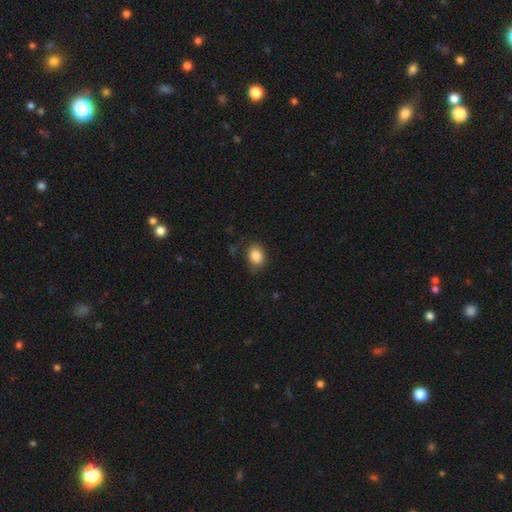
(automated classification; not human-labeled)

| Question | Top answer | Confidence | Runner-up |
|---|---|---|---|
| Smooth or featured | smooth | 86% | star or artifact (9%) |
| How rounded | in between | 66% | round (33%) |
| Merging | none | 78% | minor disturbance (17%) |